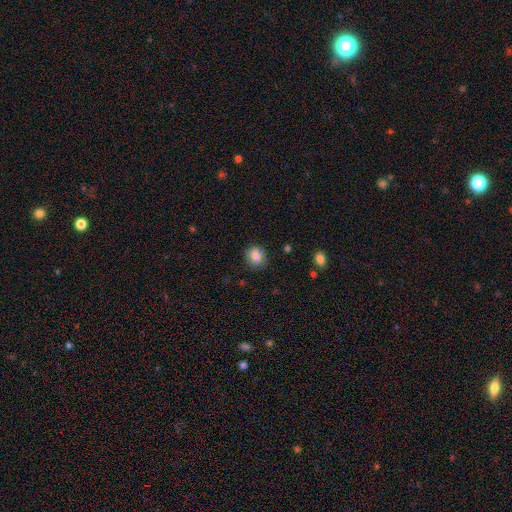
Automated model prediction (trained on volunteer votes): smooth 79%, featured or disk 10%, star or artifact 10%. Down the decision tree: how rounded — round (50%); merging — none (74%).